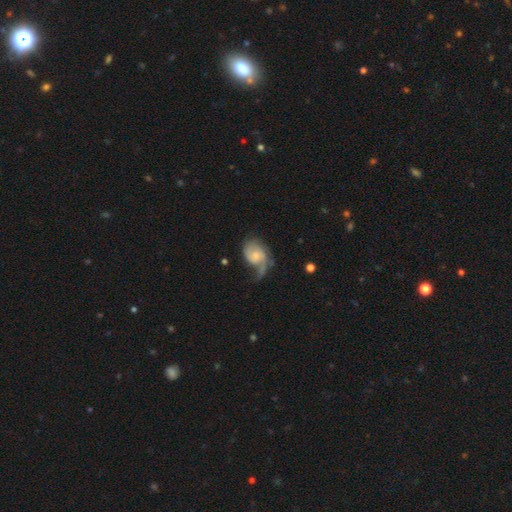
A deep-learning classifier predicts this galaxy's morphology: Smooth or featured? featured or disk (69%)
Edge-on disk? no (97%)
Bar? no (68%)
Spiral arms? yes (90%)
Spiral winding? loose (41%)
Spiral arm count? 1 (44%)
Bulge size? small (55%)
Merging? major disturbance (37%)